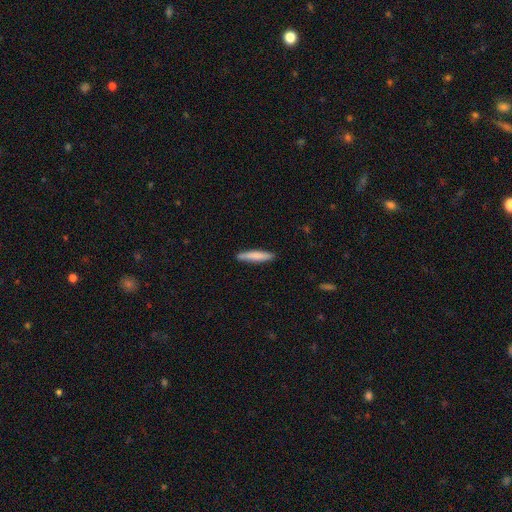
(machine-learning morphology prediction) type=smooth (77%); roundness=cigar-shaped (91%); merging=none (88%).